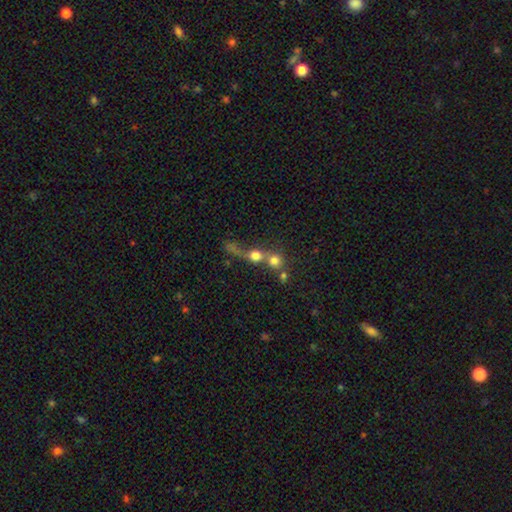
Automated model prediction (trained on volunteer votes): This is likely a smooth galaxy (65%). How rounded: likely round (79%). Merging: possibly merger (57%).